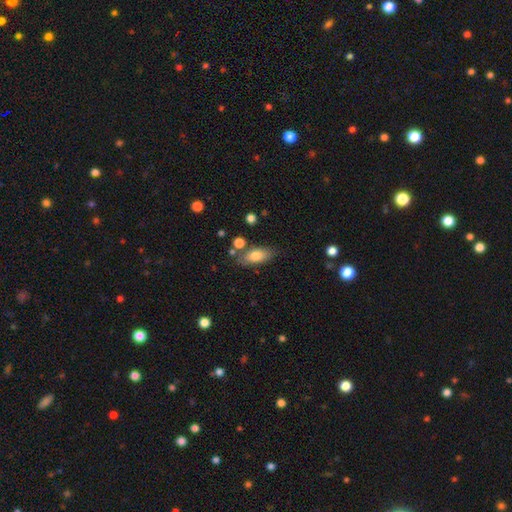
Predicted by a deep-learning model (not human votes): A smooth galaxy with no disk features (77%) that is in between round and cigar-shaped (83%). Merging: none (71%).